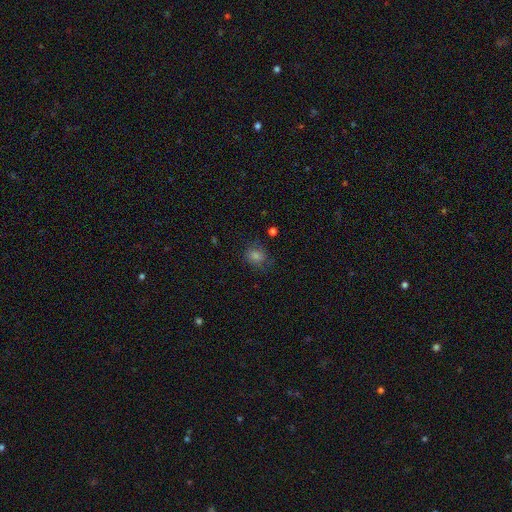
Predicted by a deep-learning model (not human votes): This appears to be a smooth galaxy with no disk features (67%) that is round (68%). Merging: none (70%).